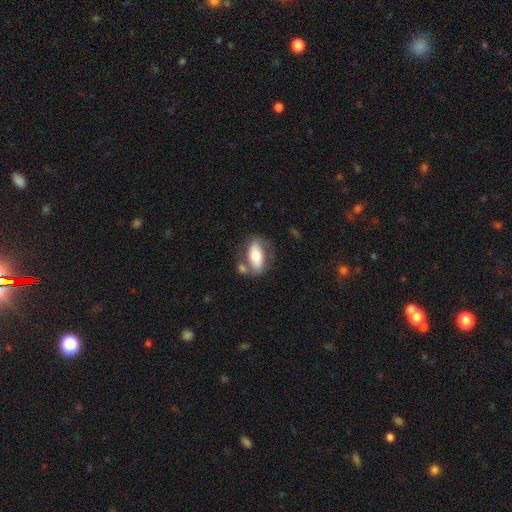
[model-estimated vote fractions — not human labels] Morphology: type=smooth (58%); roundness=in between (88%); merging=none (52%).